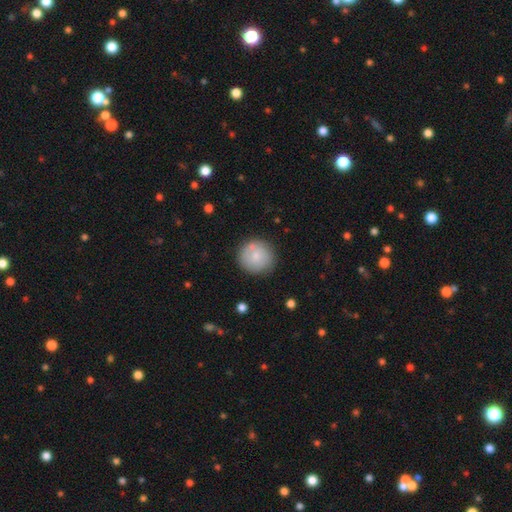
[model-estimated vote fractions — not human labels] smooth-or-featured: smooth: 72% | featured or disk: 21% | star or artifact: 7%
  how-rounded: round: 94% | in between: 5% | cigar-shaped: 1%
  merging: none: 78% | minor disturbance: 14% | merger: 5% | major disturbance: 4%